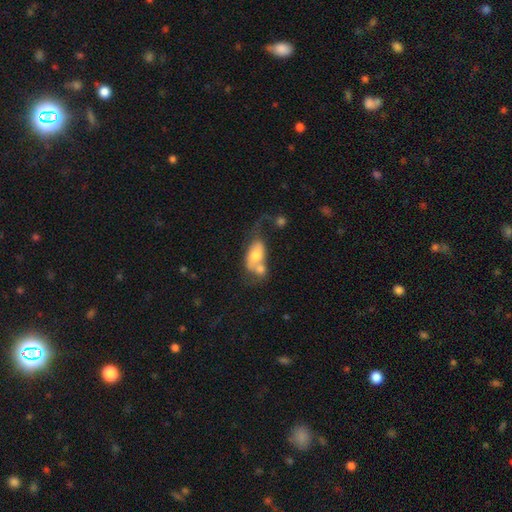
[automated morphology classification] Q: Smooth or featured?
A: smooth (56%); runner-up: featured or disk (36%)
Q: How rounded?
A: in between (82%); runner-up: round (14%)
Q: Merging?
A: merger (59%); runner-up: none (16%)